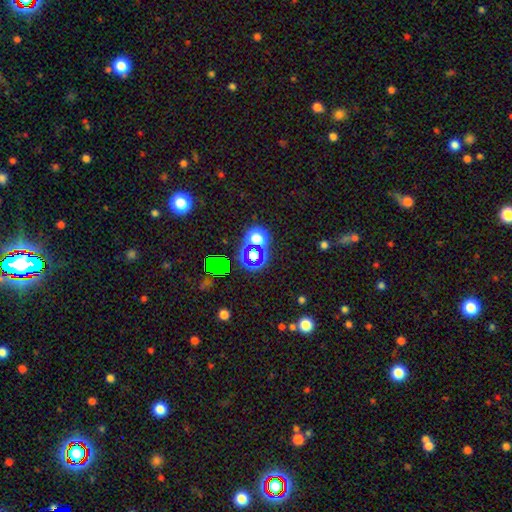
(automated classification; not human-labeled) Smooth or featured? Predicted: star or artifact (p=0.59).